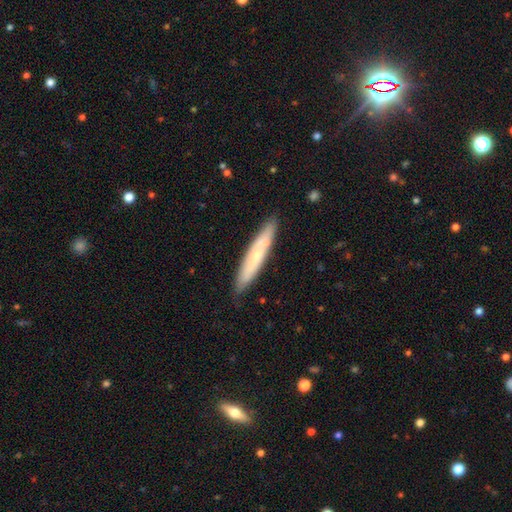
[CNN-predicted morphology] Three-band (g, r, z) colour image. It shows a smooth galaxy with no disk features (53%) that is cigar-shaped (90%). Merging: none (84%).